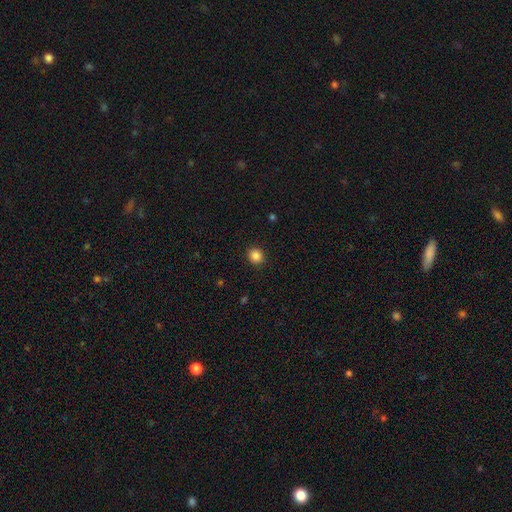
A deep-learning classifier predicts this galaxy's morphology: smooth-or-featured: smooth: 86% | star or artifact: 11% | featured or disk: 3%
  how-rounded: round: 83% | in between: 16% | cigar-shaped: 1%
  merging: none: 91% | minor disturbance: 6% | major disturbance: 2% | merger: 1%